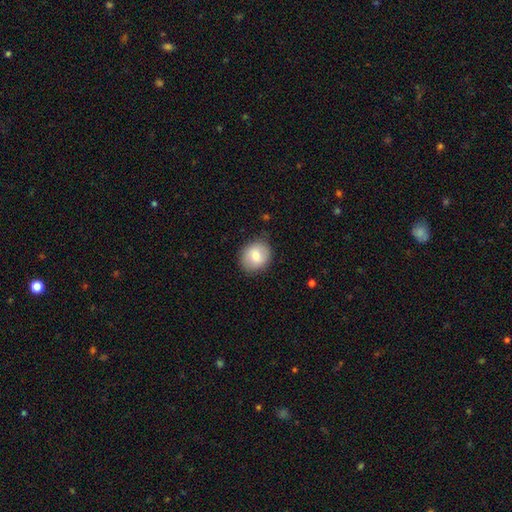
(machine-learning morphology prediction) Smooth or featured? smooth (76%)
How rounded? round (68%)
Merging? none (84%)